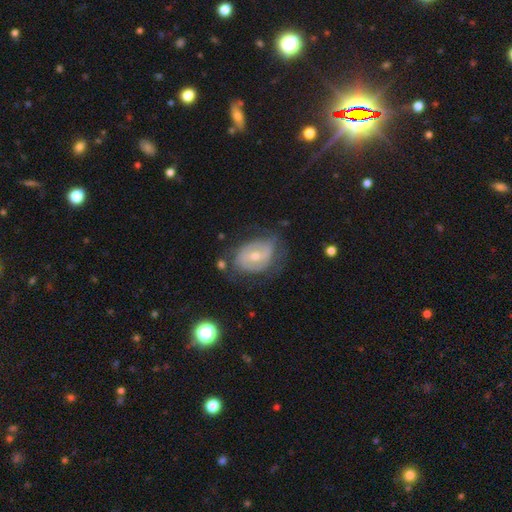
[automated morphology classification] Overall: featured or disk (65%; smooth 27%). Edge-on disk: no (95%). Bar: weak (46%; no 36%). Spiral arms: yes (65%; no 35%). Bulge size: moderate (51%; small 45%). Merging: none (56%; minor disturbance 27%).